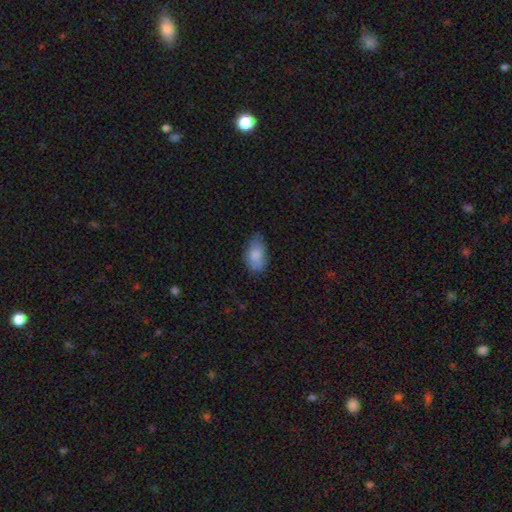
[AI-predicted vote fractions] smooth-or-featured: smooth: 84% | featured or disk: 10% | star or artifact: 7%
  how-rounded: in between: 92% | round: 6% | cigar-shaped: 2%
  merging: none: 66% | minor disturbance: 27% | major disturbance: 6% | merger: 1%